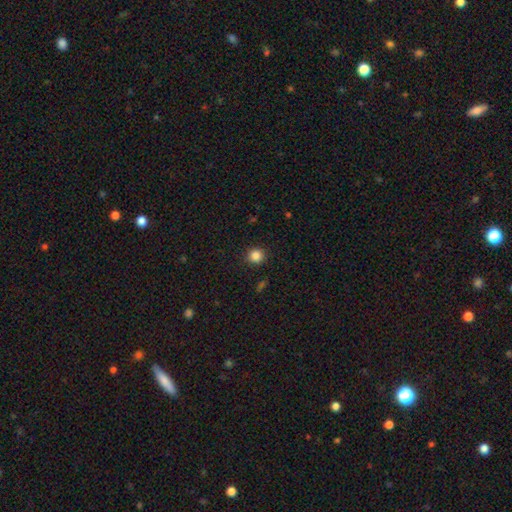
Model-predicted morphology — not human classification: This is clearly a smooth galaxy (85%). How rounded: clearly round (92%). Merging: clearly none (91%).